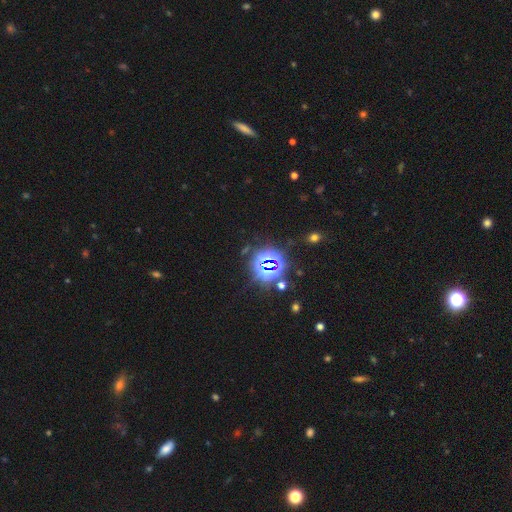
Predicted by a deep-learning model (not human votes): A star or artifact, not a galaxy (81%).

Vote fractions:
- Smooth or featured? star or artifact: 81% / smooth: 12% / featured or disk: 7%